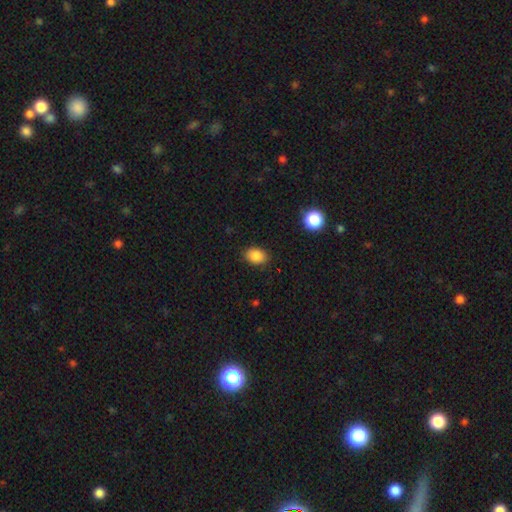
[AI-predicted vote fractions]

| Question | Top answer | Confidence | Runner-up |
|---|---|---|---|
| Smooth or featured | smooth | 87% | star or artifact (9%) |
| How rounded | in between | 75% | round (24%) |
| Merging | none | 86% | minor disturbance (10%) |